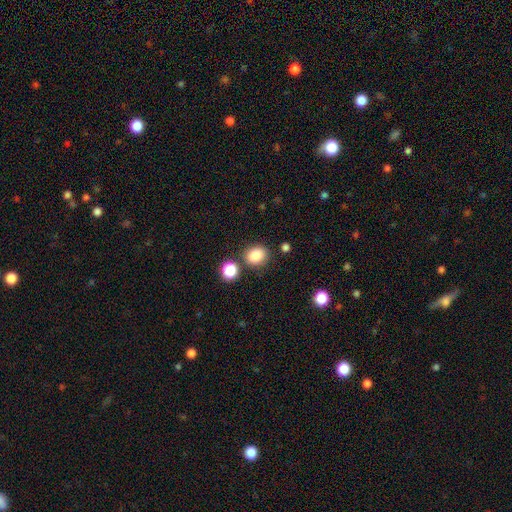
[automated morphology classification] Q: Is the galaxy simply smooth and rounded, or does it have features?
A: smooth — 83%.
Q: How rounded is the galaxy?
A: round — 60%.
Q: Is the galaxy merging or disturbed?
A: none — 78%.